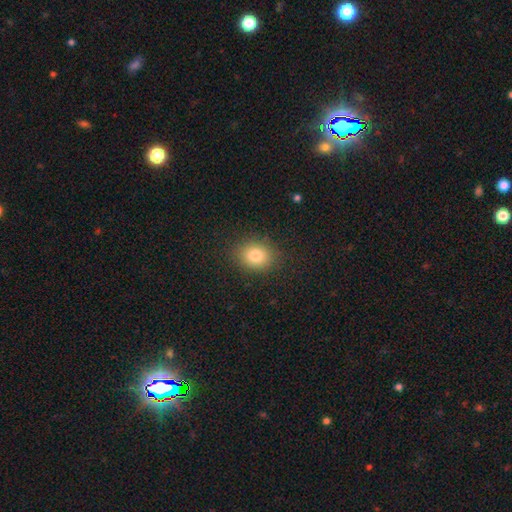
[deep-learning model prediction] This appears to be a smooth galaxy with no disk features (80%) that is round (61%). Merging: none (87%).